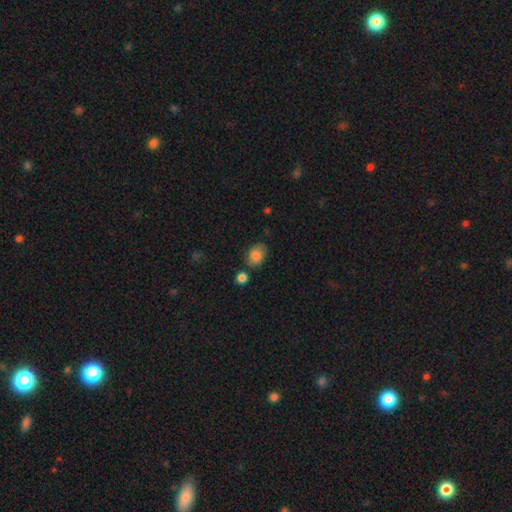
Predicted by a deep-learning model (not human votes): smooth_or_featured: smooth (p=0.83) [alt: featured or disk p=0.09]
how_rounded: in between (p=0.73) [alt: round p=0.26]
merging: none (p=0.70) [alt: minor disturbance p=0.20]